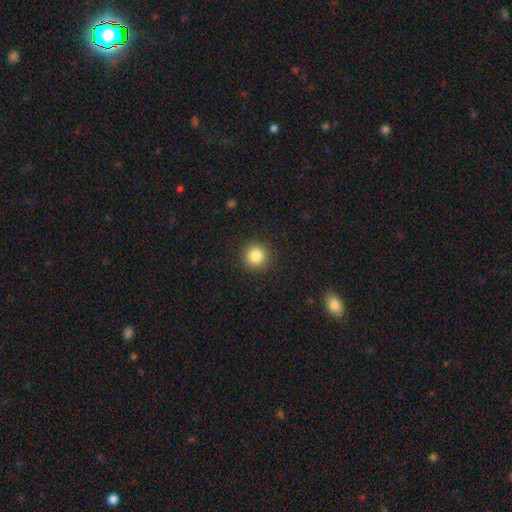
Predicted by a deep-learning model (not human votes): smooth-or-featured: smooth: 84% | star or artifact: 11% | featured or disk: 5%
  how-rounded: round: 95% | in between: 4% | cigar-shaped: 1%
  merging: none: 92% | minor disturbance: 5% | major disturbance: 2% | merger: 1%